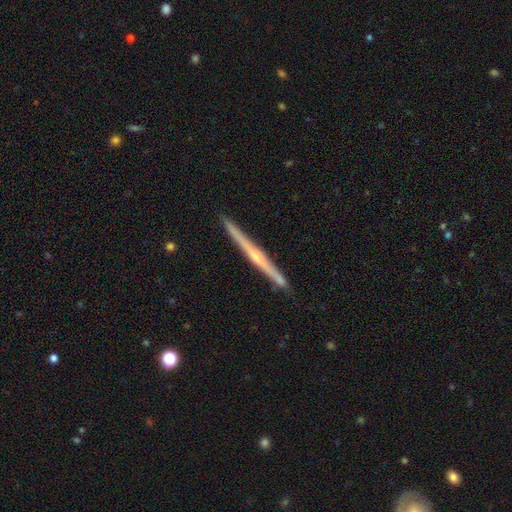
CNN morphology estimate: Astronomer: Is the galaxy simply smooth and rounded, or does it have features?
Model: featured or disk — 77%.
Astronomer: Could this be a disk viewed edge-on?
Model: yes — 98%.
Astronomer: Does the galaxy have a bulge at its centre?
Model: rounded — 68%.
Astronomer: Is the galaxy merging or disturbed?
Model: none — 91%.